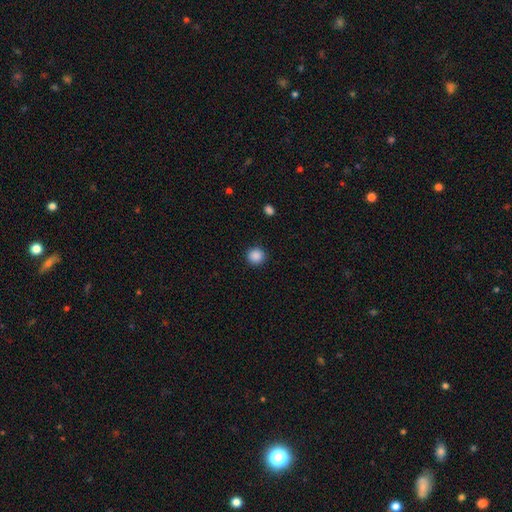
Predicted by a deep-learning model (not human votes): smooth 88%, star or artifact 10%, featured or disk 2%. Down the decision tree: how rounded — round (94%); merging — none (92%).